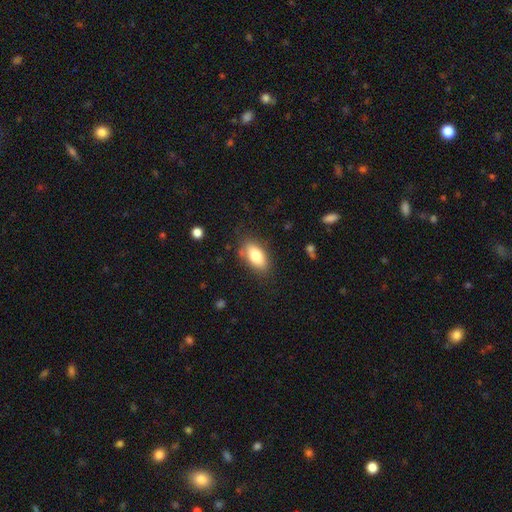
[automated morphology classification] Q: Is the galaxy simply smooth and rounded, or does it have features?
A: smooth — 80%.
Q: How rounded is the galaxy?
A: in between — 90%.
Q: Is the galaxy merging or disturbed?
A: none — 80%.